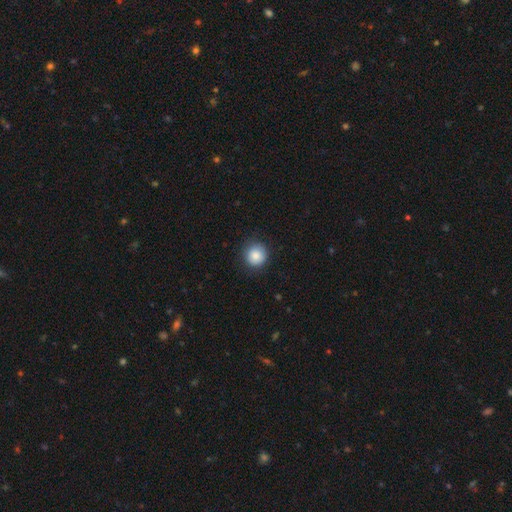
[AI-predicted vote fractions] Smooth or featured? Predicted: smooth (p=0.85). How rounded? Predicted: round (p=0.94). Merging? Predicted: none (p=0.87).